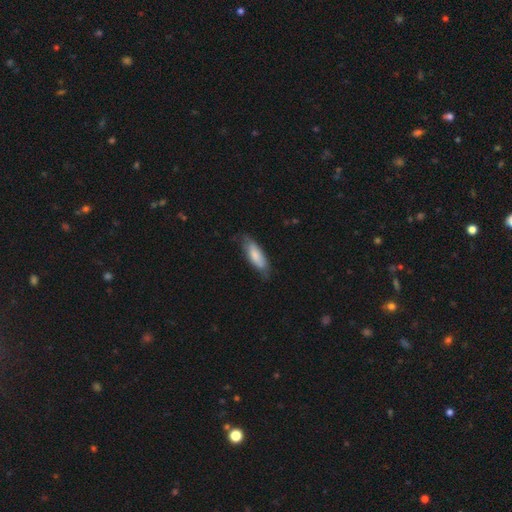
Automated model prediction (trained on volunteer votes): Smooth or featured? Predicted: smooth (p=0.74). How rounded? Predicted: in between (p=0.61). Merging? Predicted: none (p=0.64).